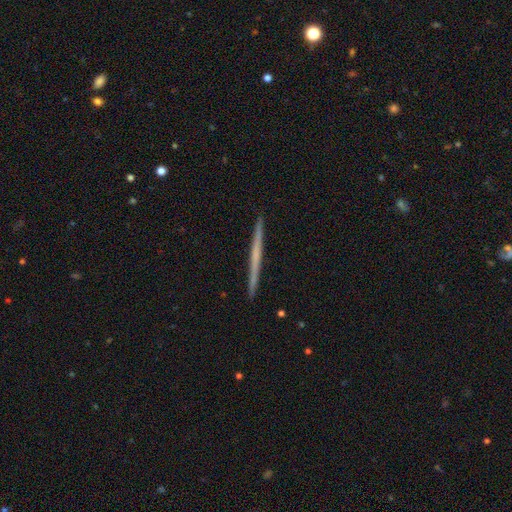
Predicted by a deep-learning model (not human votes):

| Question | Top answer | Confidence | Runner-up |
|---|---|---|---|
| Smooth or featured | featured or disk | 58% | smooth (37%) |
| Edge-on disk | yes | 98% | no (2%) |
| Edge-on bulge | none | 87% | rounded (9%) |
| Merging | none | 93% | minor disturbance (5%) |